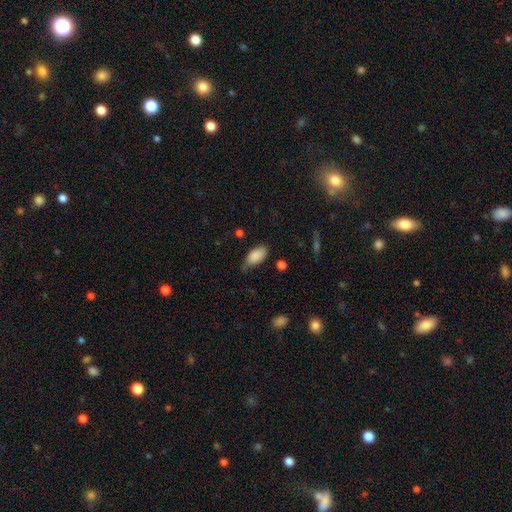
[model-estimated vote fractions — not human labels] Smooth or featured? Predicted: smooth (p=0.88). How rounded? Predicted: in between (p=0.94). Merging? Predicted: none (p=0.50).